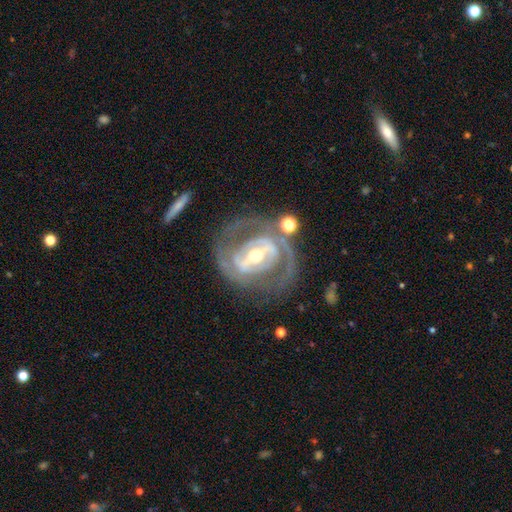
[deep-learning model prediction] The model was most divided on "spiral winding": tight: 48%, medium: 38%, loose: 13%. More confident: edge-on disk — no (95%); smooth or featured — featured or disk (86%); spiral arms — yes (77%); spiral arm count — 2 (66%); merging — none (65%); bar — strong (59%); bulge size — moderate (53%).